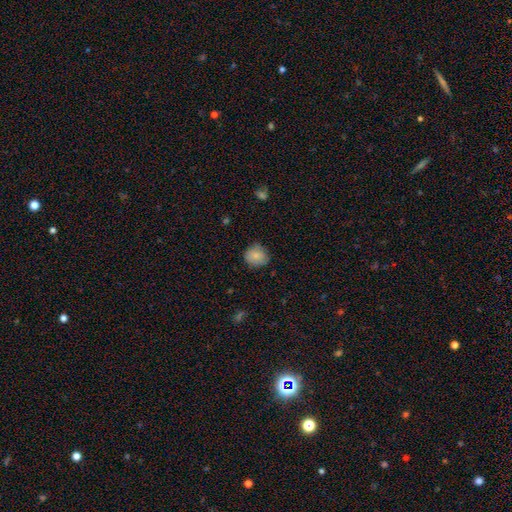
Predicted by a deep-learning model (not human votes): smooth 82%, featured or disk 10%, star or artifact 8%. Down the decision tree: how rounded — round (85%); merging — none (77%).